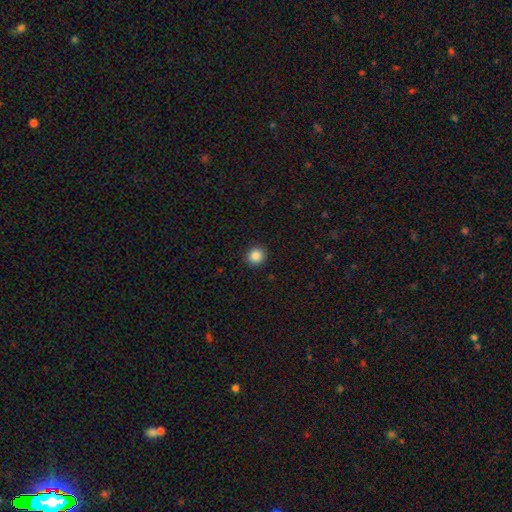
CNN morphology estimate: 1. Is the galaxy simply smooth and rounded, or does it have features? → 87% smooth, 10% star or artifact, 4% featured or disk.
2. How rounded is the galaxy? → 92% round, 7% in between, 1% cigar-shaped.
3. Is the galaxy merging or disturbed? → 92% none, 5% minor disturbance, 2% major disturbance, 1% merger.